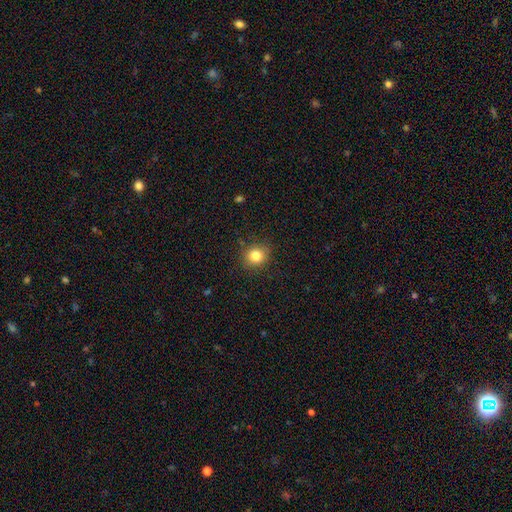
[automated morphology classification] This is clearly a smooth galaxy (82%). How rounded: clearly round (85%). Merging: clearly none (87%).